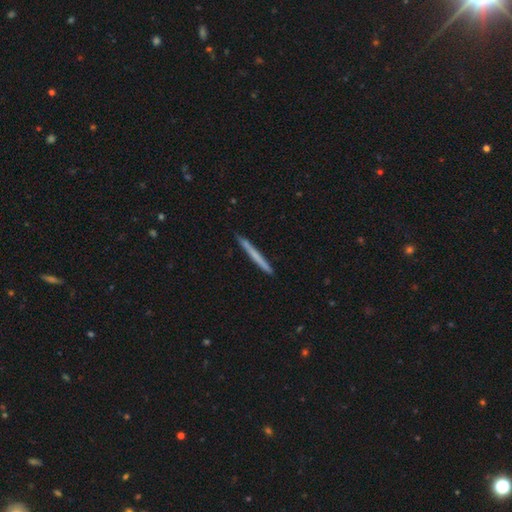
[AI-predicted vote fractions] Smooth or featured? smooth (58%)
How rounded? cigar-shaped (97%)
Merging? none (91%)